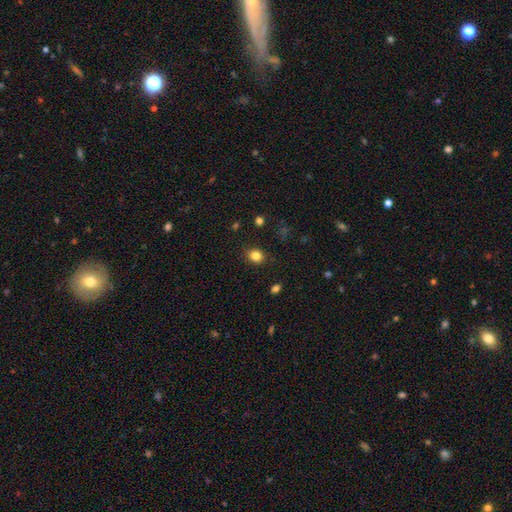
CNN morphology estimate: smooth-or-featured: smooth: 83% | star or artifact: 12% | featured or disk: 6%
  how-rounded: round: 64% | in between: 35% | cigar-shaped: 1%
  merging: none: 86% | minor disturbance: 10% | major disturbance: 3% | merger: 1%